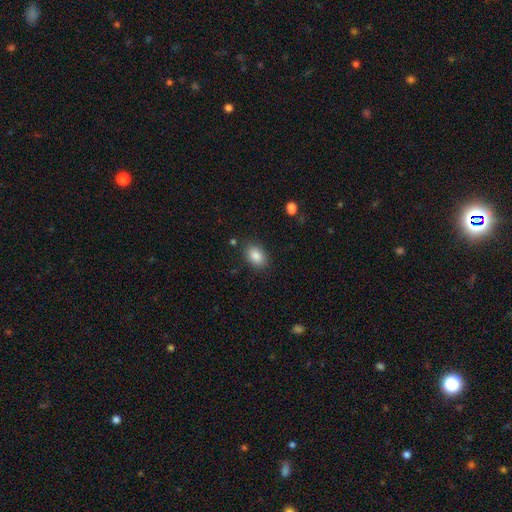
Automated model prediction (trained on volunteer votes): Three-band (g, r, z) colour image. It shows a smooth galaxy with no disk features (86%) that is in between round and cigar-shaped (85%). Merging: none (85%).